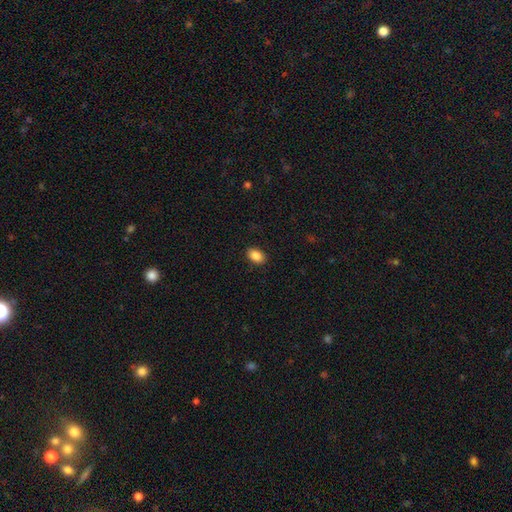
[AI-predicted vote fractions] Smooth or featured: smooth — 87% (star or artifact — 8%)
How rounded: in between — 86% (round — 13%)
Merging: none — 89% (minor disturbance — 8%)